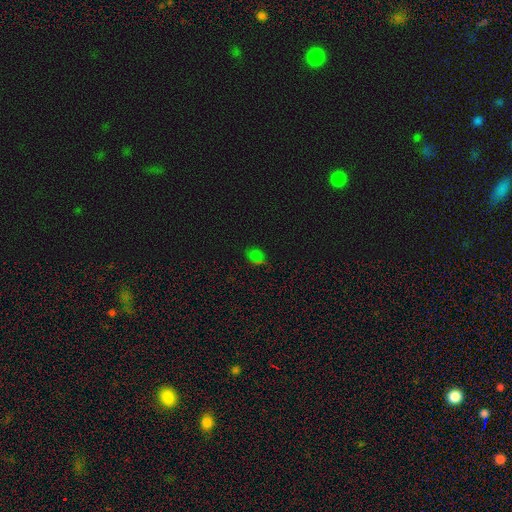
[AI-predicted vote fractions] The model was most divided on "smooth or featured": smooth: 48%, star or artifact: 45%, featured or disk: 7%. More confident: merging — none (68%).